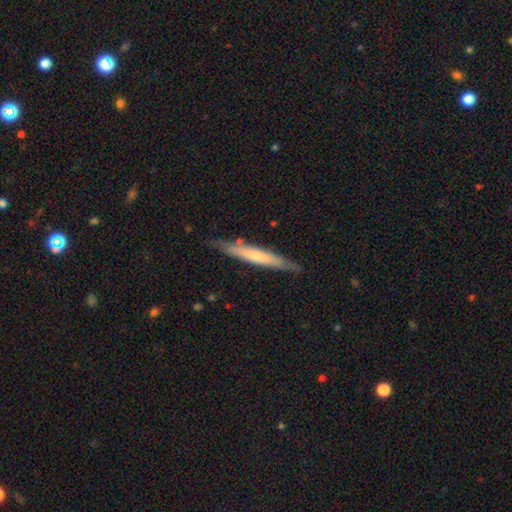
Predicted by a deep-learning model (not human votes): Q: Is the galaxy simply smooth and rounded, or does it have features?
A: featured or disk — 51%.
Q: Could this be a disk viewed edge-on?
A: yes — 89%.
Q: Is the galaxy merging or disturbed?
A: none — 83%.